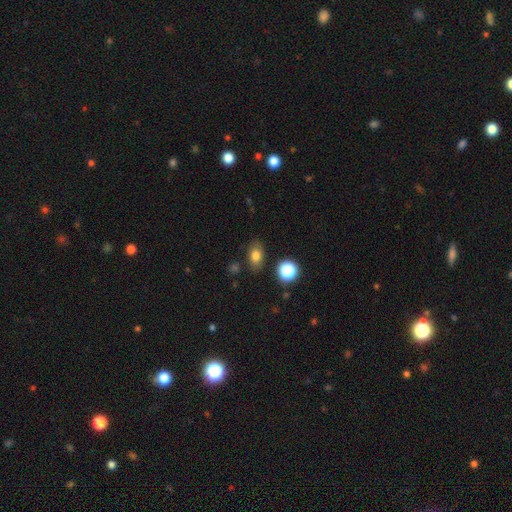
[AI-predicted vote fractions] A smooth galaxy with no disk features (77%) that is in between round and cigar-shaped (79%).

Vote fractions:
- Smooth or featured? smooth: 77% / star or artifact: 12% / featured or disk: 10%
- How rounded? in between: 79% / round: 19% / cigar-shaped: 2%
- Merging? none: 81% / minor disturbance: 12% / merger: 3% / major disturbance: 3%